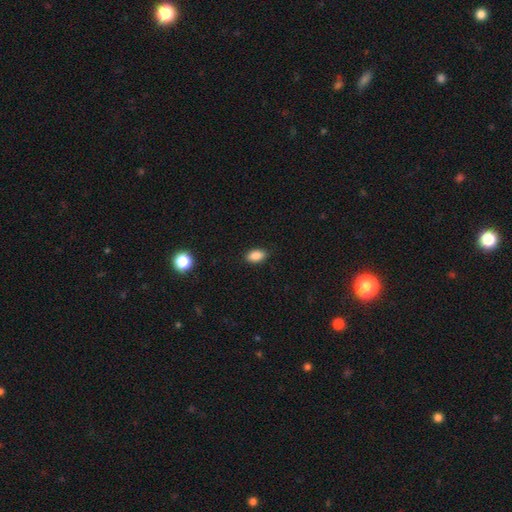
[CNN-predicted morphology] smooth 88%, star or artifact 9%, featured or disk 4%. Down the decision tree: how rounded — in between (90%); merging — none (87%).